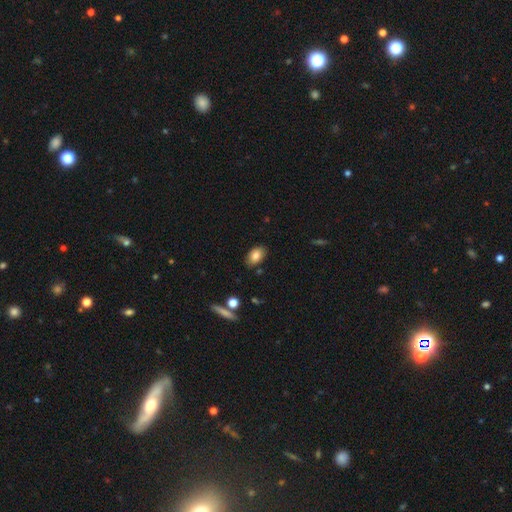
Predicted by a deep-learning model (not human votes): Smooth or featured?
  - smooth: 81% *
  - featured or disk: 11%
  - star or artifact: 8%
How rounded?
  - in between: 88% *
  - round: 10%
  - cigar-shaped: 2%
Merging?
  - none: 85% *
  - minor disturbance: 11%
  - merger: 2%
  - major disturbance: 2%